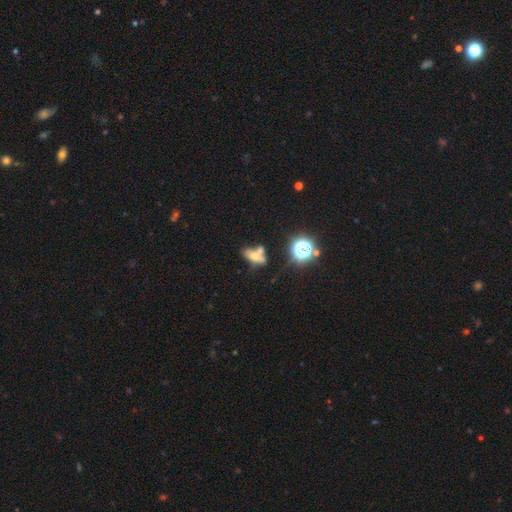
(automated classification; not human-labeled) This appears to be a smooth galaxy with no disk features (51%) that is in between round and cigar-shaped (74%). Merging: merger (42%).